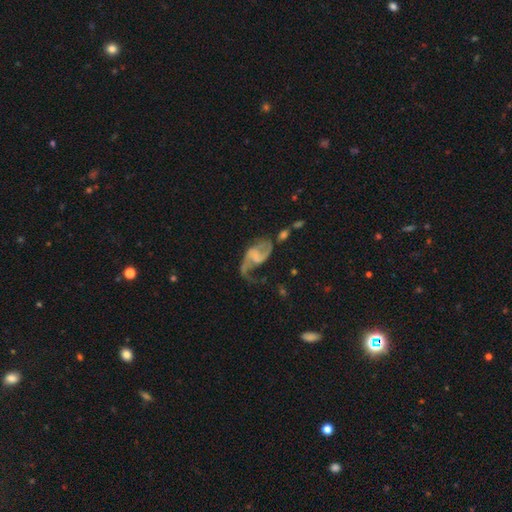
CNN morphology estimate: Overall: featured or disk (81%). Edge-on disk: no (97%). Bar: weak (45%; no 38%). Spiral arms: yes (91%). Spiral arm count: 2 (82%). Spiral winding: loose (65%; medium 28%). Bulge size: none (57%; small 24%). Merging: none (36%; major disturbance 35%).